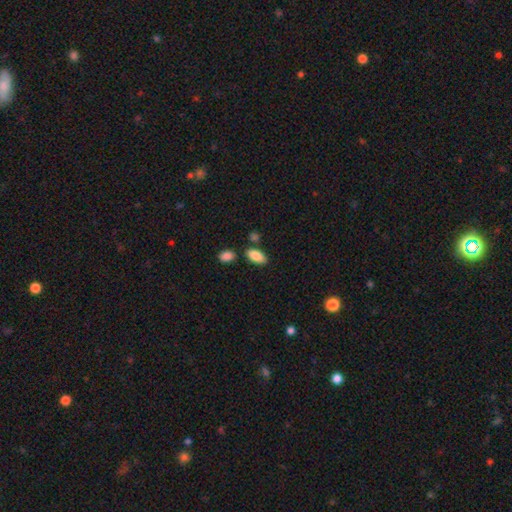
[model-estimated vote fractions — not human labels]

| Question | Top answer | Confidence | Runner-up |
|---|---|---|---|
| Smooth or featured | smooth | 88% | star or artifact (7%) |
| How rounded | in between | 93% | cigar-shaped (4%) |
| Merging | none | 77% | minor disturbance (11%) |